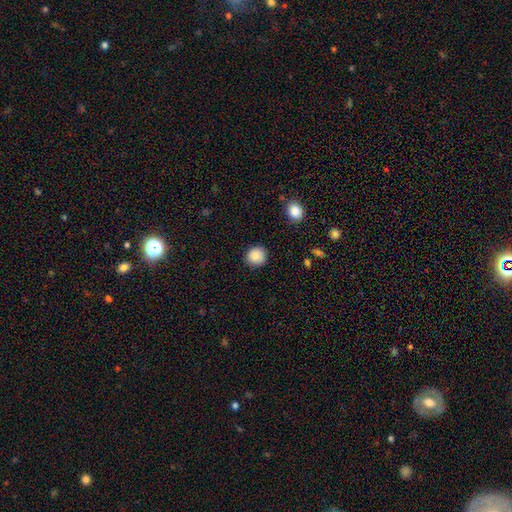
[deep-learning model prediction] Smooth or featured?
  - smooth: 88% *
  - star or artifact: 9%
  - featured or disk: 3%
How rounded?
  - round: 90% *
  - in between: 9%
  - cigar-shaped: 1%
Merging?
  - none: 90% *
  - minor disturbance: 7%
  - major disturbance: 2%
  - merger: 1%